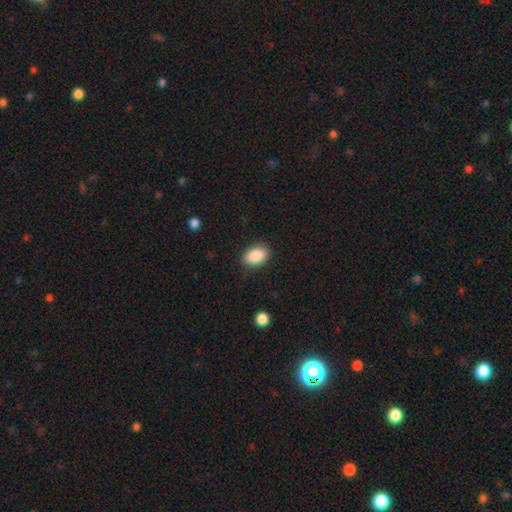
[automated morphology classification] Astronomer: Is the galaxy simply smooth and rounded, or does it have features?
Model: smooth — 89%.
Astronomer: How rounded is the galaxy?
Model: in between — 88%.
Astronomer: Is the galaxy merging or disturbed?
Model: none — 87%.